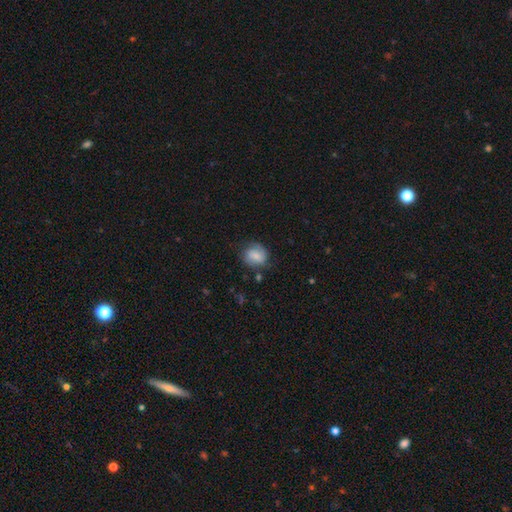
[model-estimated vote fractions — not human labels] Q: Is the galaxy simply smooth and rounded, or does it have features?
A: smooth — 60%.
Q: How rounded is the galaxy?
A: round — 69%.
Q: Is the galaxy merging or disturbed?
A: none — 66%.